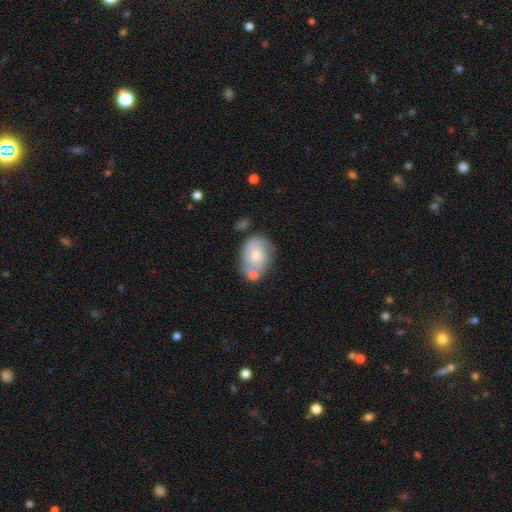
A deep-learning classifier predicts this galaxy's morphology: Smooth or featured?
  - smooth: 53% *
  - featured or disk: 40%
  - star or artifact: 7%
How rounded?
  - in between: 62% *
  - round: 36%
  - cigar-shaped: 1%
Merging?
  - none: 48% *
  - minor disturbance: 23%
  - merger: 21%
  - major disturbance: 8%